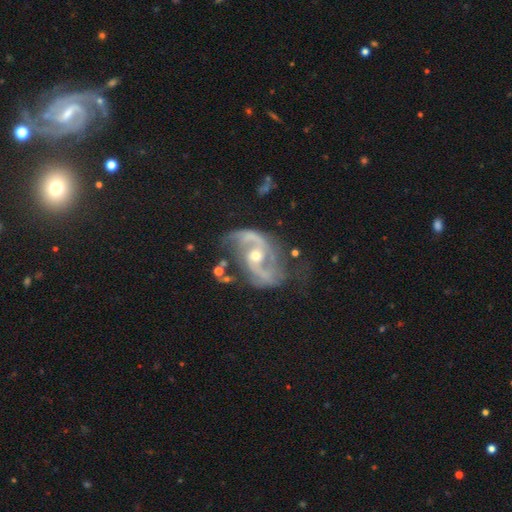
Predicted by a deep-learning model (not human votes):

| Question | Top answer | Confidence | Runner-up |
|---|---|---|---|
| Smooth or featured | featured or disk | 90% | star or artifact (6%) |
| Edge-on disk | no | 97% | yes (3%) |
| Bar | no | 45% | weak (35%) |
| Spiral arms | yes | 96% | no (4%) |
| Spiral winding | medium | 48% | loose (35%) |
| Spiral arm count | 2 | 88% | can't tell (4%) |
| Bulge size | moderate | 59% | small (37%) |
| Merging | none | 55% | minor disturbance (24%) |